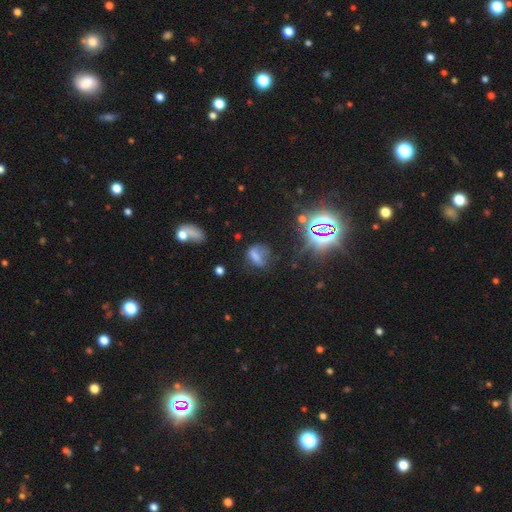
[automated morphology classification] Overall: smooth (54%; star or artifact 24%). How rounded: in between (61%; round 32%). Merging: none (44%; minor disturbance 26%).